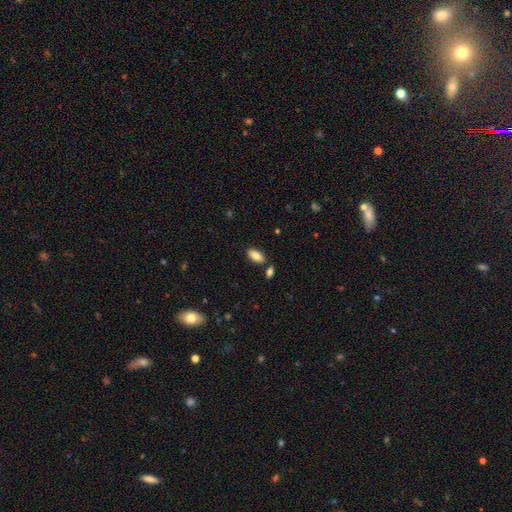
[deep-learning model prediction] A smooth galaxy with no disk features (84%) that is in between round and cigar-shaped (90%).

Vote fractions:
- Smooth or featured? smooth: 84% / featured or disk: 9% / star or artifact: 7%
- How rounded? in between: 90% / cigar-shaped: 8% / round: 2%
- Merging? none: 81% / minor disturbance: 9% / merger: 7% / major disturbance: 2%